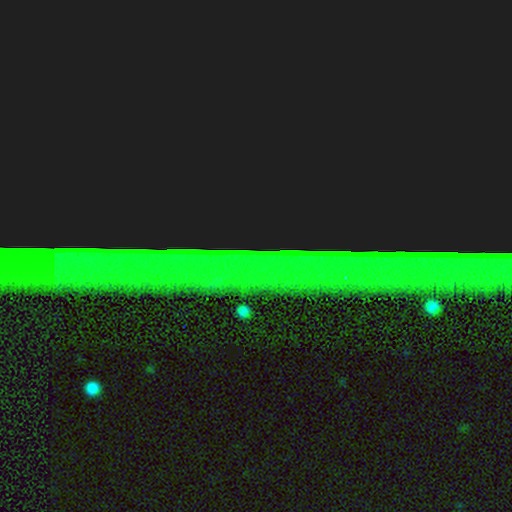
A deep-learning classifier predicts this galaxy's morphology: A star or artifact, not a galaxy (80%).

Vote fractions:
- Smooth or featured? star or artifact: 80% / featured or disk: 11% / smooth: 9%